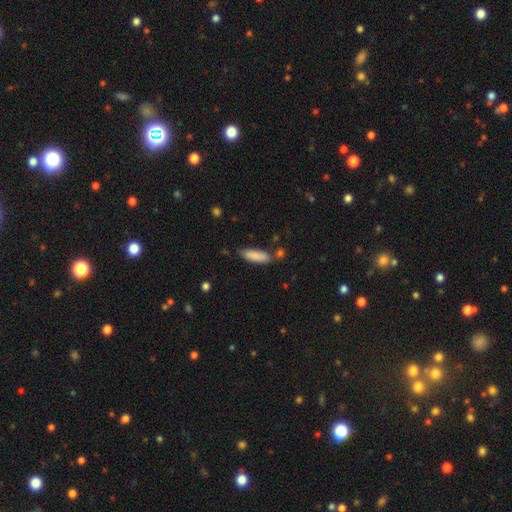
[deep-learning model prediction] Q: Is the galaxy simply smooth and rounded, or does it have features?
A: smooth — 86%.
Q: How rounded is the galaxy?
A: cigar-shaped — 53%.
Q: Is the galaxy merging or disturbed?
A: none — 73%.